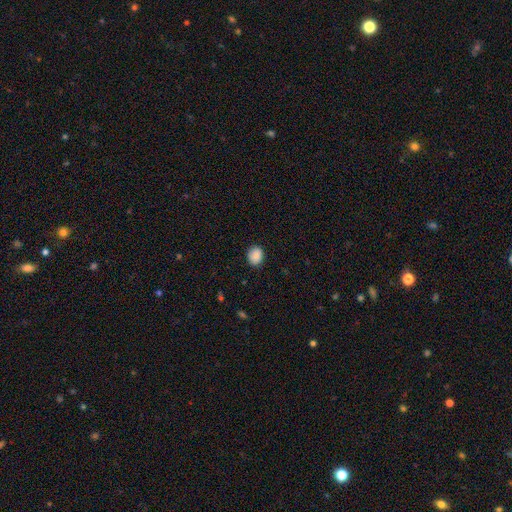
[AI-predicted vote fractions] Q: Smooth or featured?
A: smooth (86%); runner-up: star or artifact (8%)
Q: How rounded?
A: round (64%); runner-up: in between (36%)
Q: Merging?
A: none (85%); runner-up: minor disturbance (12%)